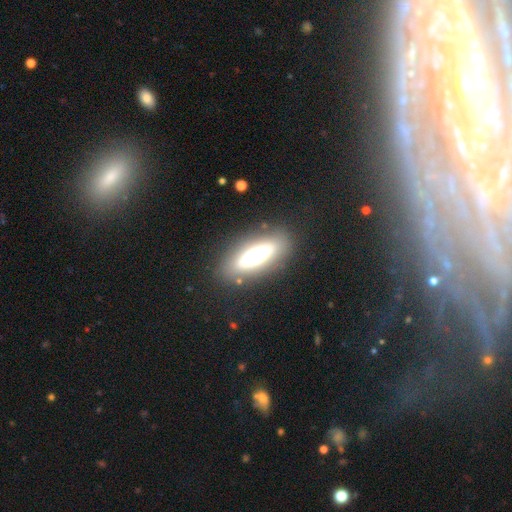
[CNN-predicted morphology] Smooth or featured? featured or disk (49%)
Merging? none (84%)